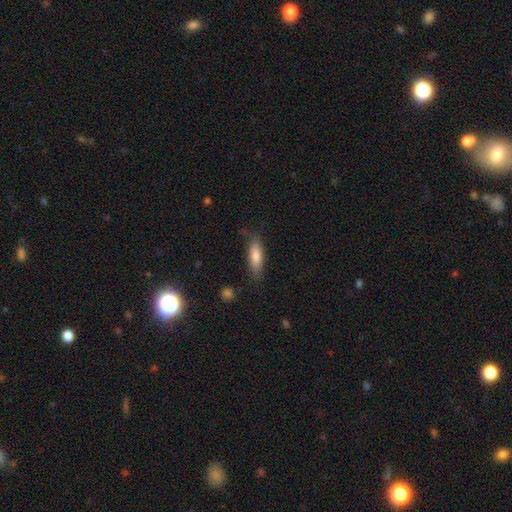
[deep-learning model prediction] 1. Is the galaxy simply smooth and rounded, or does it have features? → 77% smooth, 15% featured or disk, 7% star or artifact.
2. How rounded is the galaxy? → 50% cigar-shaped, 48% in between, 2% round.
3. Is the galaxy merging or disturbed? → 80% none, 15% minor disturbance, 4% major disturbance, 2% merger.